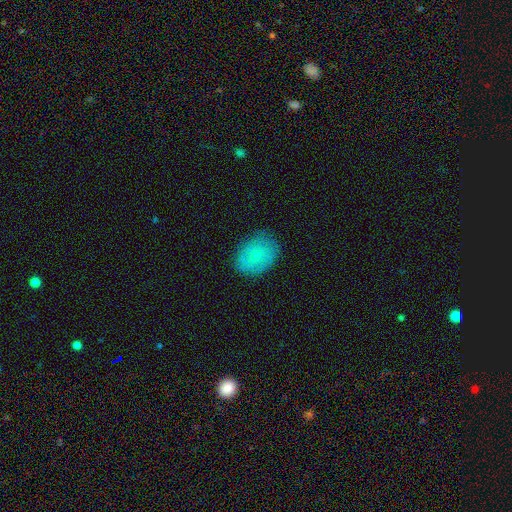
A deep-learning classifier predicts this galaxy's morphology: This is likely a smooth galaxy (63%). How rounded: likely in between (63%). Merging: likely none (79%).